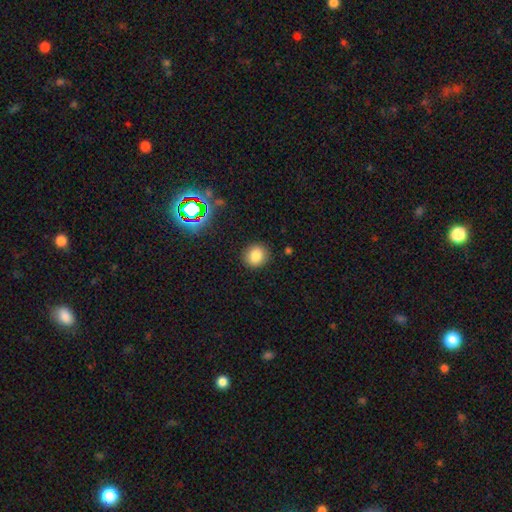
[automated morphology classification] Smooth or featured? Predicted: smooth (p=0.82). How rounded? Predicted: round (p=0.81). Merging? Predicted: none (p=0.89).